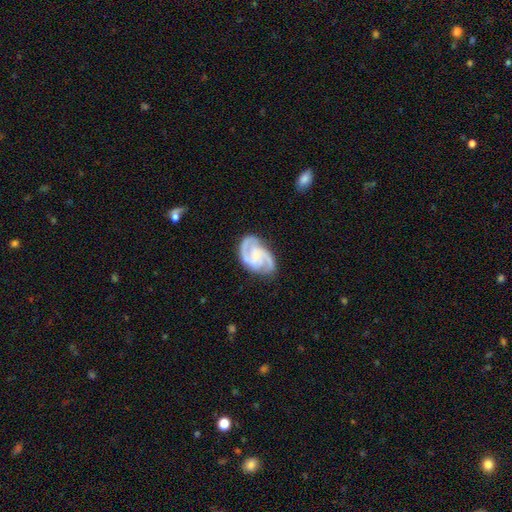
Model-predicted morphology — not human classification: Smooth or featured? Predicted: featured or disk (p=0.88). Edge-on disk? Predicted: no (p=0.98). Bar? Predicted: no (p=0.51). Spiral arms? Predicted: yes (p=0.98). Spiral winding? Predicted: medium (p=0.52). Spiral arm count? Predicted: 2 (p=0.69). Bulge size? Predicted: small (p=0.51). Merging? Predicted: none (p=0.72).